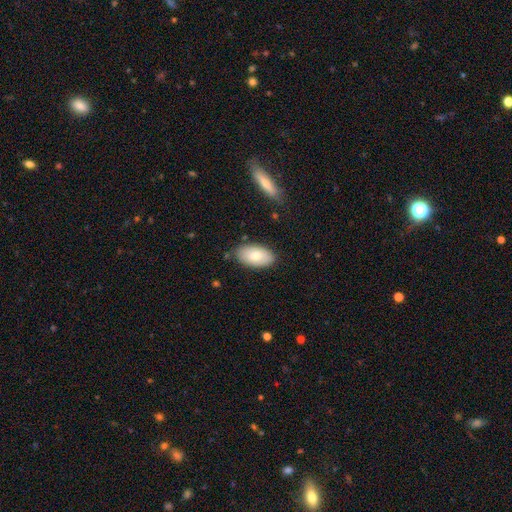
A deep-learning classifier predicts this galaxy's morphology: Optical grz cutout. It shows a smooth galaxy with no disk features (77%) that is in between round and cigar-shaped (95%). Merging: none (83%).